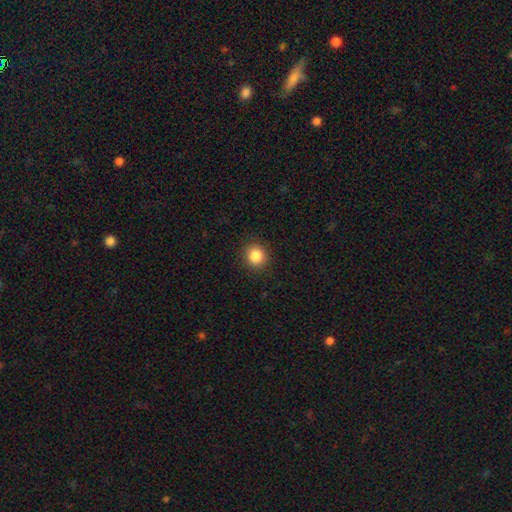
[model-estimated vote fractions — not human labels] This is clearly a smooth galaxy (85%). How rounded: clearly round (87%). Merging: clearly none (91%).